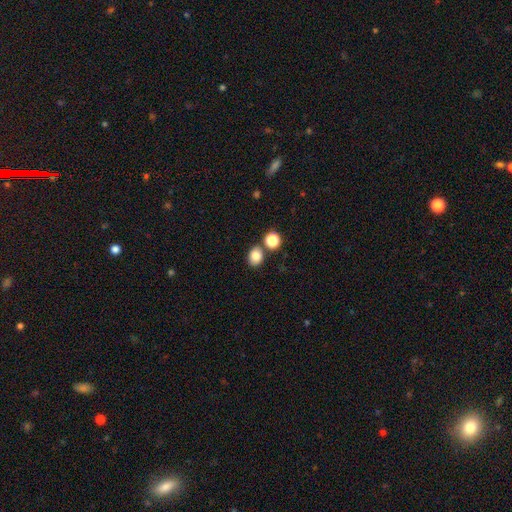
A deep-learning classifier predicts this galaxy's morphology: Smooth or featured? Predicted: smooth (p=0.83). How rounded? Predicted: round (p=0.52). Merging? Predicted: none (p=0.72).